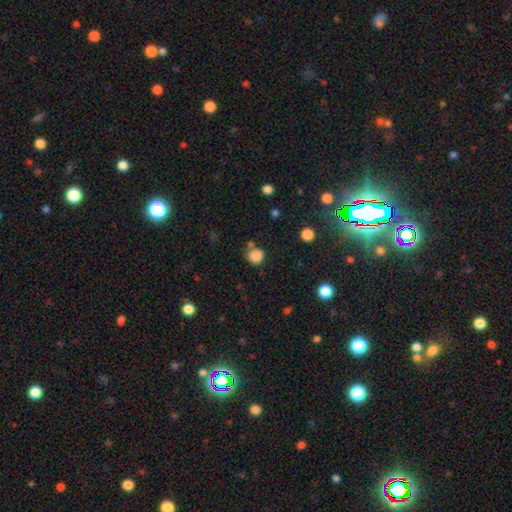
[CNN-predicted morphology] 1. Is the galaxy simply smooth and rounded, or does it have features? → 85% smooth, 11% star or artifact, 4% featured or disk.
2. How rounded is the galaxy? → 90% round, 9% in between, 1% cigar-shaped.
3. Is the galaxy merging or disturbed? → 73% none, 13% minor disturbance, 10% merger, 4% major disturbance.